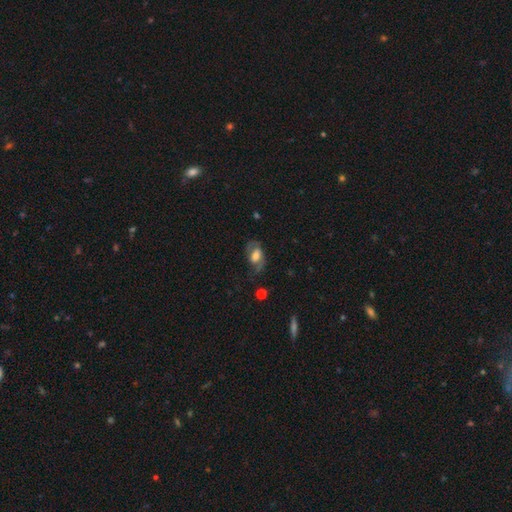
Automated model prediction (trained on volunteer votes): The model was most divided on "smooth or featured": featured or disk: 47%, smooth: 45%, star or artifact: 8%. More confident: merging — none (54%).